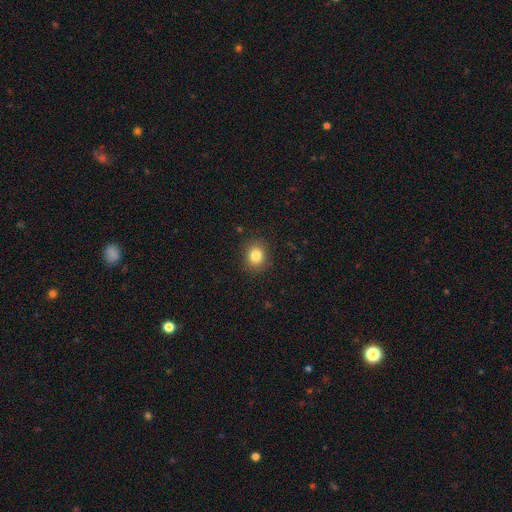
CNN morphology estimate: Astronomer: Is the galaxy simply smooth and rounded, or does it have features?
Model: smooth — 83%.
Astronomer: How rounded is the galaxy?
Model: round — 71%.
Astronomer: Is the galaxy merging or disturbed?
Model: none — 88%.